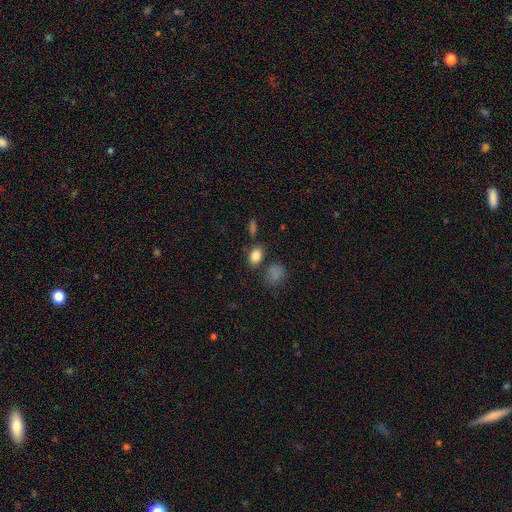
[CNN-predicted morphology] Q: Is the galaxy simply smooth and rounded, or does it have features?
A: smooth — 84%.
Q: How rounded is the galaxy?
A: in between — 77%.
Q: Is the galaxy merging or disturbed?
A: none — 76%.